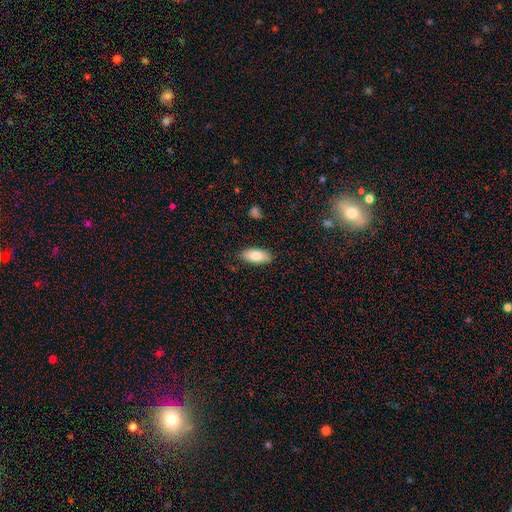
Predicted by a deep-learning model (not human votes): Overall: smooth (82%). How rounded: in between (89%). Merging: none (87%).